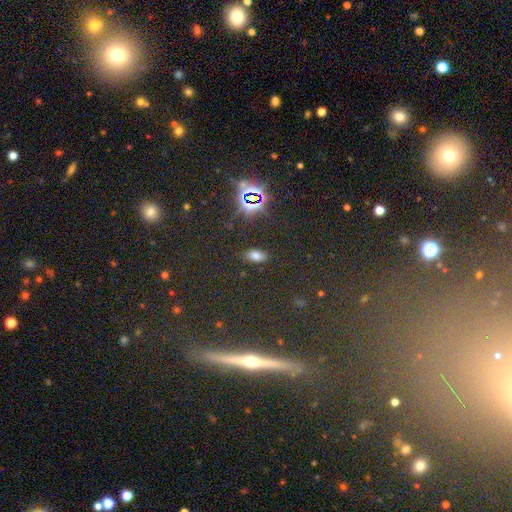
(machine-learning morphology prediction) This is likely a smooth galaxy (65%). How rounded: clearly in between (87%). Merging: clearly none (88%).